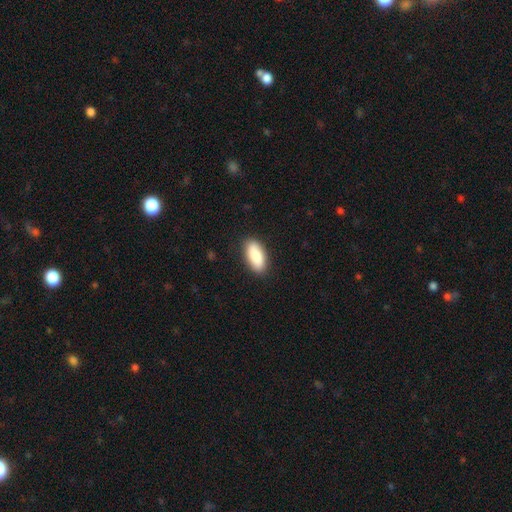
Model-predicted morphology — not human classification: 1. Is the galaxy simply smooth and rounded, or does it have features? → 85% smooth, 9% featured or disk, 6% star or artifact.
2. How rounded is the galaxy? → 86% in between, 12% cigar-shaped, 2% round.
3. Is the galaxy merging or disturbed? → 87% none, 9% minor disturbance, 2% major disturbance, 1% merger.